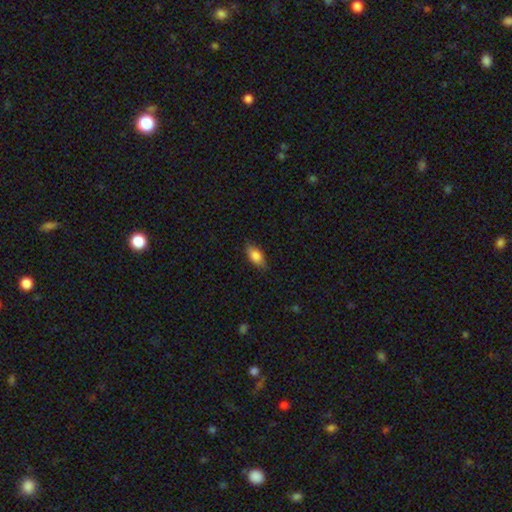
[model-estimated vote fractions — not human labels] Smooth or featured? Predicted: smooth (p=0.82). How rounded? Predicted: in between (p=0.87). Merging? Predicted: none (p=0.81).